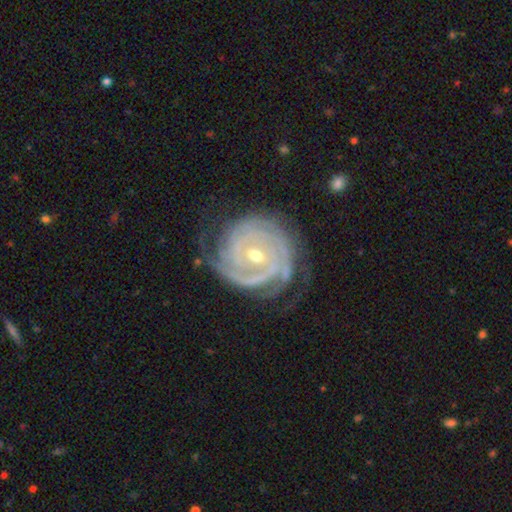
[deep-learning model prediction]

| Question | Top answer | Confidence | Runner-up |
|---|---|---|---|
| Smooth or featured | featured or disk | 90% | smooth (5%) |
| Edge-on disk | no | 97% | yes (3%) |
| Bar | no | 50% | weak (36%) |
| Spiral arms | yes | 97% | no (3%) |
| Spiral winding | tight | 80% | medium (16%) |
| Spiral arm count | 3 | 25% | 2 (24%) |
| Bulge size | moderate | 50% | small (47%) |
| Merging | none | 68% | minor disturbance (21%) |